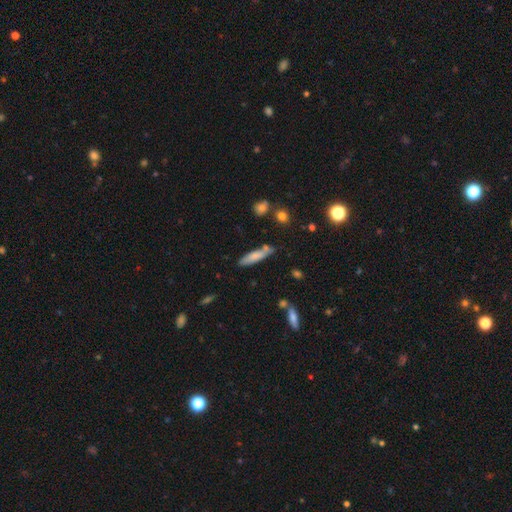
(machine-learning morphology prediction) Smooth or featured: smooth — 76% (featured or disk — 17%)
How rounded: cigar-shaped — 75% (in between — 23%)
Merging: none — 72% (minor disturbance — 17%)